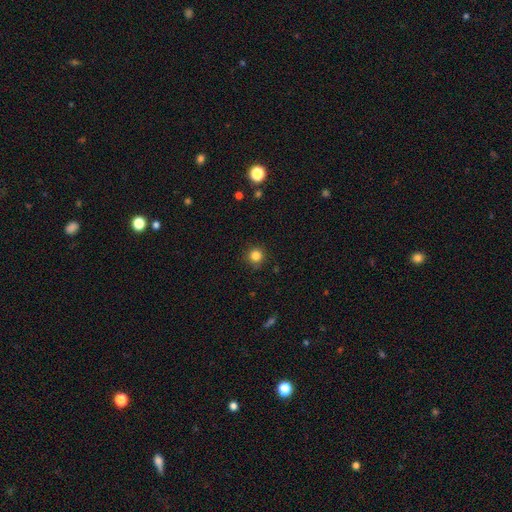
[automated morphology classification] This appears to be a smooth galaxy with no disk features (83%) that is round (95%). Merging: none (90%).